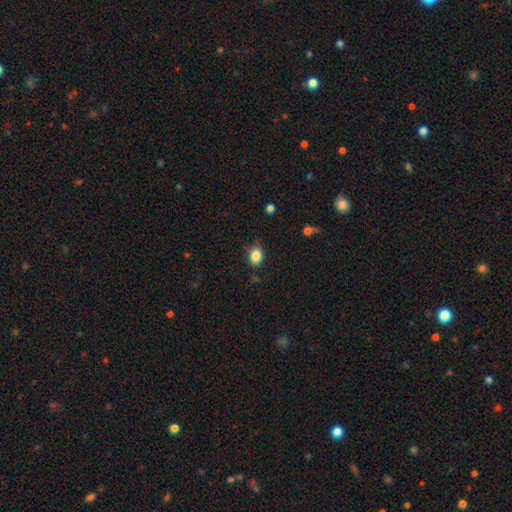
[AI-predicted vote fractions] smooth 84%, star or artifact 10%, featured or disk 6%. Down the decision tree: how rounded — in between (55%); merging — none (78%).